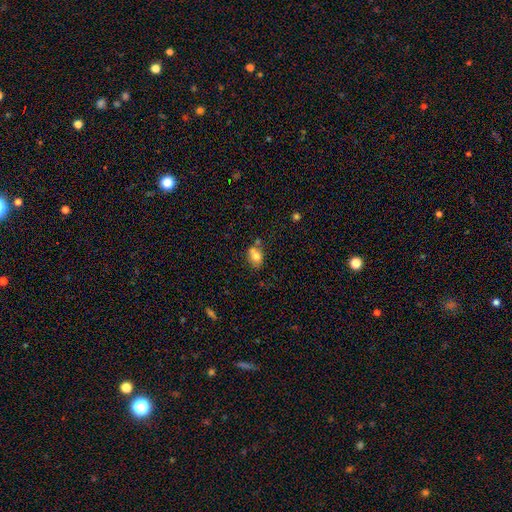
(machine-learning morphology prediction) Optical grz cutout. It shows a smooth galaxy with no disk features (75%) that is in between round and cigar-shaped (65%). Merging: none (51%).